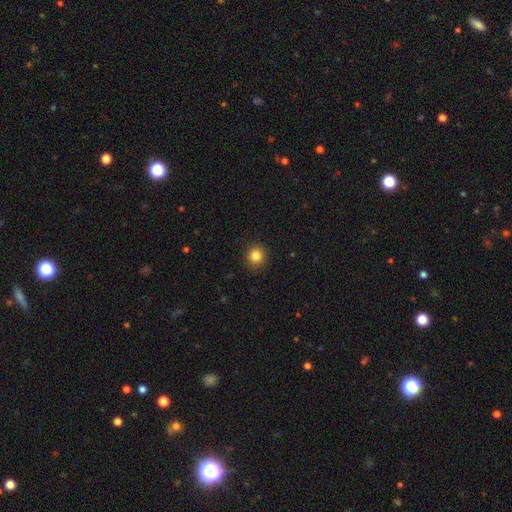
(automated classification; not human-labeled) A smooth galaxy with no disk features (84%) that is round (89%). Merging: none (90%).